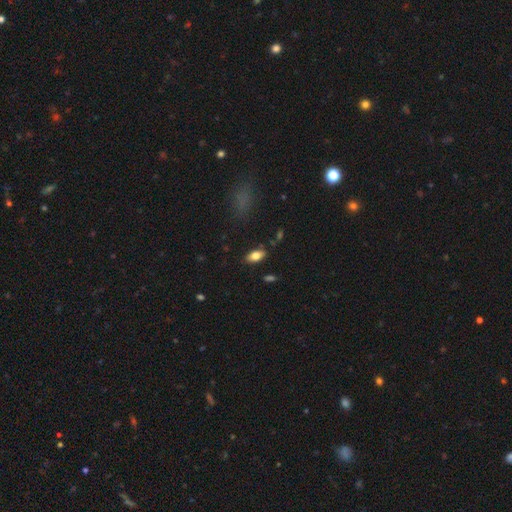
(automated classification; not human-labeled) A smooth galaxy with no disk features (78%) that is in between round and cigar-shaped (90%).

Vote fractions:
- Smooth or featured? smooth: 78% / featured or disk: 14% / star or artifact: 8%
- How rounded? in between: 90% / cigar-shaped: 6% / round: 4%
- Merging? none: 84% / minor disturbance: 11% / major disturbance: 3% / merger: 2%